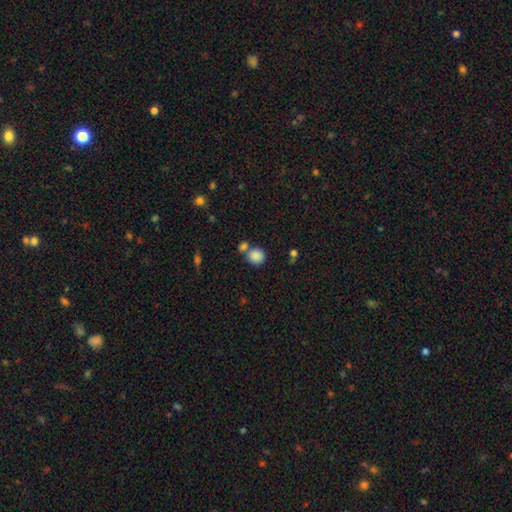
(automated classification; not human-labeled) Smooth or featured? Predicted: smooth (p=0.86). How rounded? Predicted: round (p=0.86). Merging? Predicted: none (p=0.59).